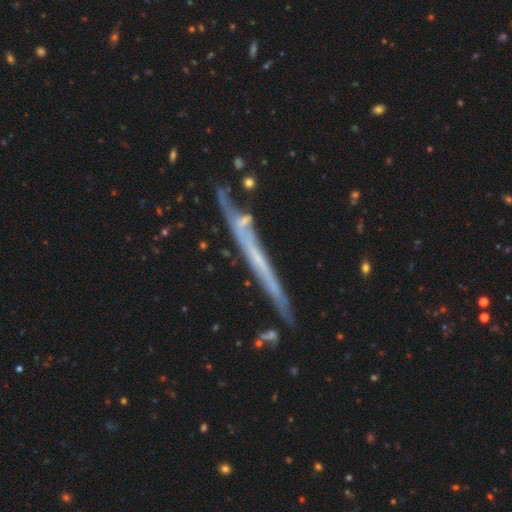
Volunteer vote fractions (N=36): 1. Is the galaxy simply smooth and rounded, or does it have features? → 58% featured or disk, 39% smooth, 3% star or artifact.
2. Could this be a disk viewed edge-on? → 100% yes, 0% no.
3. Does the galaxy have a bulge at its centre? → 95% none, 5% rounded, 0% boxy.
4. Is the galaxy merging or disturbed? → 83% none, 9% major disturbance, 6% minor disturbance, 3% merger.